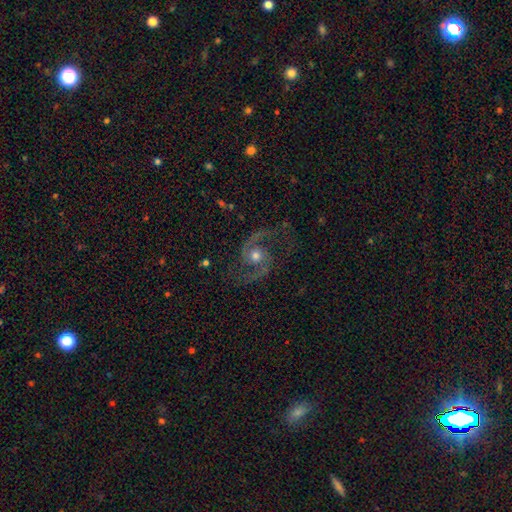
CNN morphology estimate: This is clearly a featured or disk galaxy (90%). It is clearly not viewed edge-on (98%). Bar: likely no (74%). Spiral arm pattern: clearly yes (97%). Spiral arm count: clearly 2 (94%). Spiral winding: possibly medium (57%). Central bulge: likely moderate (72%). Merging: likely none (76%).